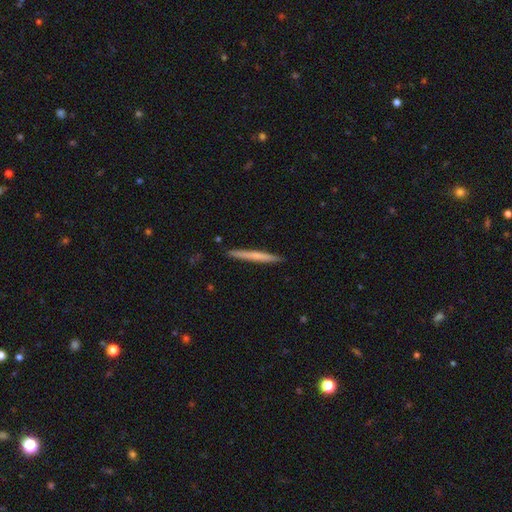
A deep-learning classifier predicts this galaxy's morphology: smooth 58%, featured or disk 37%, star or artifact 5%. Down the decision tree: how rounded — cigar-shaped (97%); merging — none (92%).